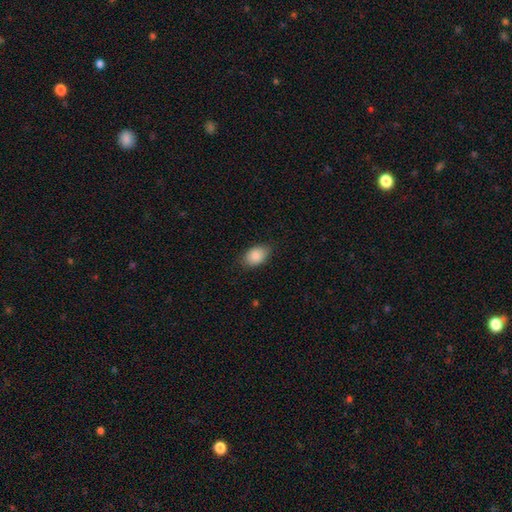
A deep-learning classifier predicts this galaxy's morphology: A smooth galaxy with no disk features (87%) that is in between round and cigar-shaped (84%). Merging: none (79%).